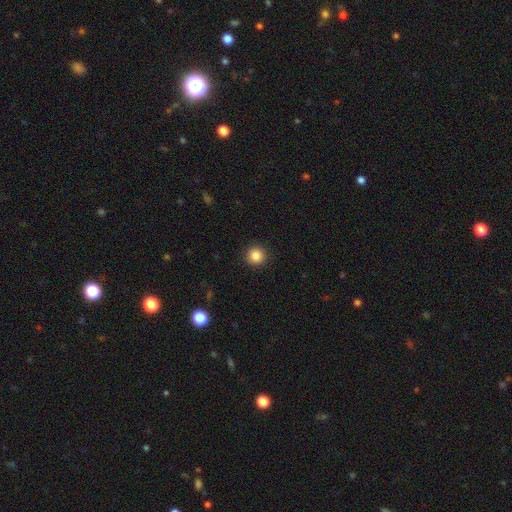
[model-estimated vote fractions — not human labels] This is clearly a smooth galaxy (86%). How rounded: clearly round (95%). Merging: clearly none (92%).